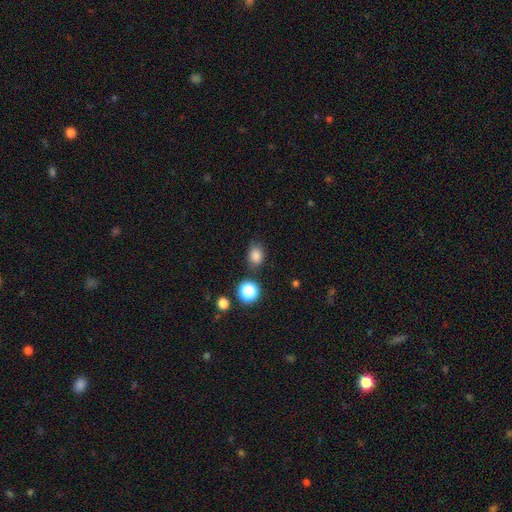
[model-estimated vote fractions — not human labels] smooth_or_featured: smooth (p=0.81) [alt: star or artifact p=0.14]
how_rounded: round (p=0.50) [alt: in between p=0.49]
merging: none (p=0.75) [alt: minor disturbance p=0.17]